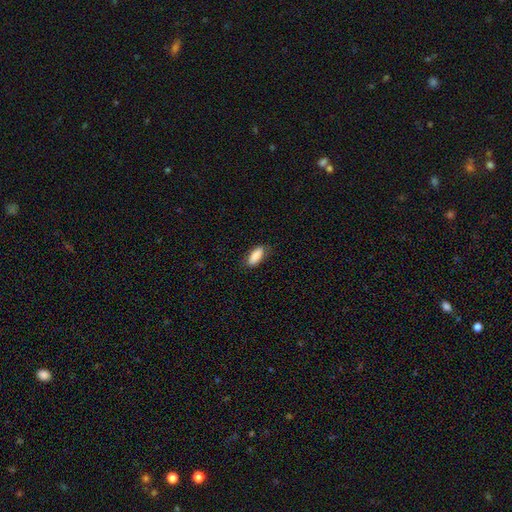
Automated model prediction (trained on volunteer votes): smooth_or_featured: smooth (p=0.84) [alt: featured or disk p=0.10]
how_rounded: in between (p=0.81) [alt: cigar-shaped p=0.17]
merging: none (p=0.78) [alt: minor disturbance p=0.17]